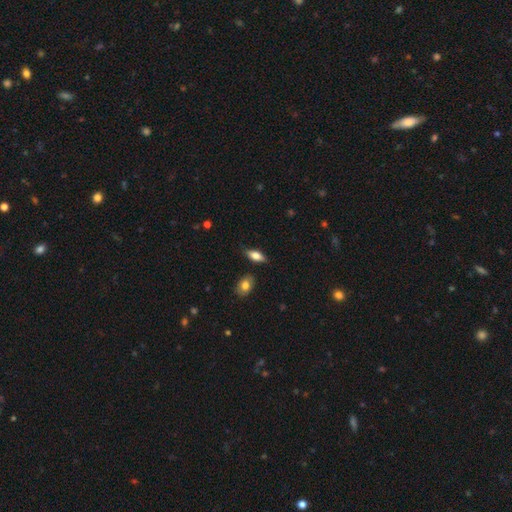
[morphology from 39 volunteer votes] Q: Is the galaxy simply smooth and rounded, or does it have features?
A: smooth — 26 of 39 (67%).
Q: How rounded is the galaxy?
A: in between — 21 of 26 (81%).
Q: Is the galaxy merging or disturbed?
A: none — 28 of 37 (76%).